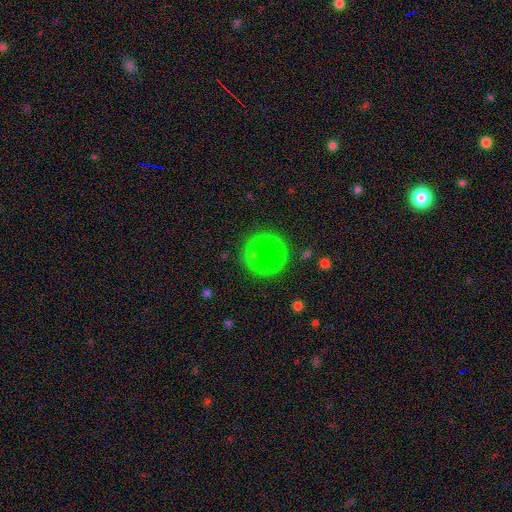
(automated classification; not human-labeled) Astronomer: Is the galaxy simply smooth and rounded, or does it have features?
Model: smooth — 53% (runner-up: star or artifact, 29%).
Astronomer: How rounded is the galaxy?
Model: round — 74%.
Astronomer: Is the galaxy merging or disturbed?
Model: none — 67%.